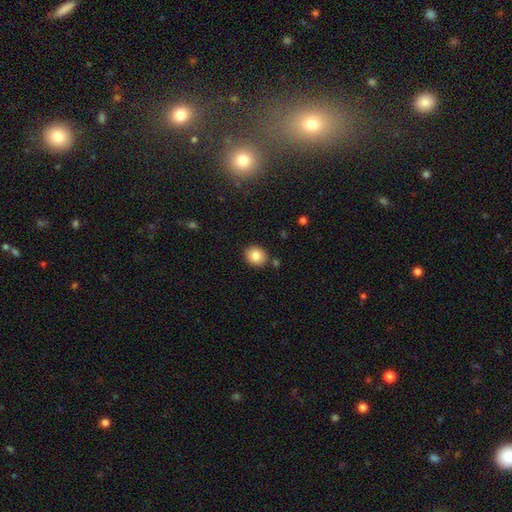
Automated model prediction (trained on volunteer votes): A smooth galaxy with no disk features (83%) that is round (76%). Merging: none (87%).